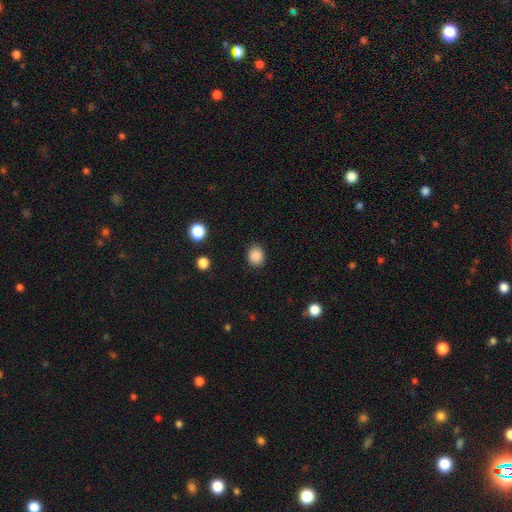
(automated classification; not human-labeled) smooth_or_featured: smooth (p=0.87) [alt: star or artifact p=0.10]
how_rounded: round (p=0.69) [alt: in between p=0.30]
merging: none (p=0.88) [alt: minor disturbance p=0.09]